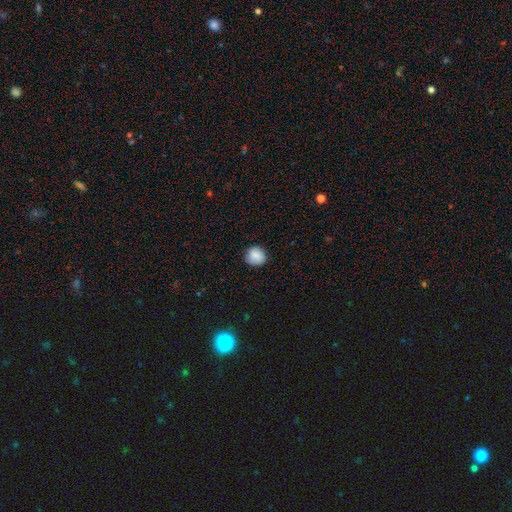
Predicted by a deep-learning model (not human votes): A smooth galaxy with no disk features (87%) that is round (86%).

Vote fractions:
- Smooth or featured? smooth: 87% / star or artifact: 8% / featured or disk: 5%
- How rounded? round: 86% / in between: 13% / cigar-shaped: 1%
- Merging? none: 84% / minor disturbance: 12% / major disturbance: 3% / merger: 1%